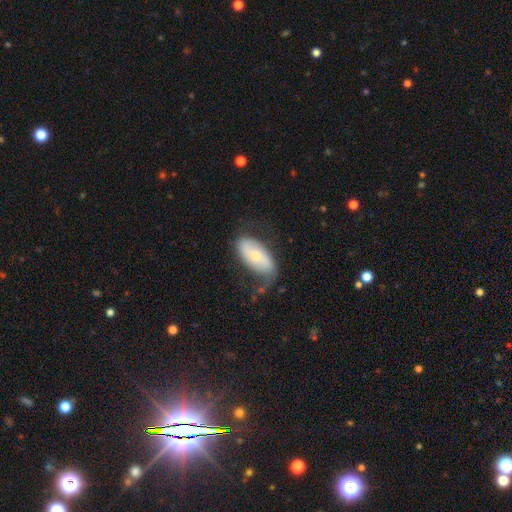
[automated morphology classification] This appears to be a featured or disk galaxy (49%). Merging: none (54%).